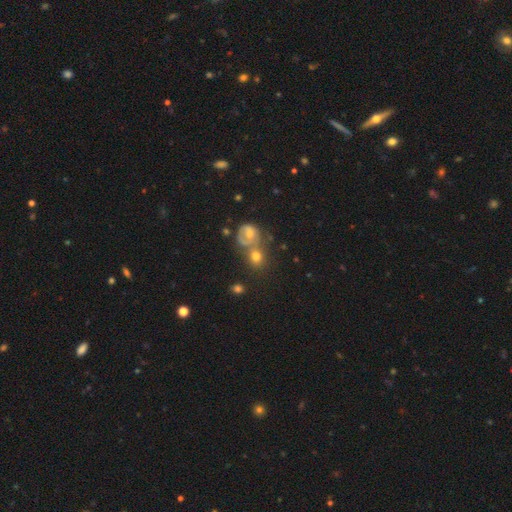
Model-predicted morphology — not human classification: This is possibly a smooth galaxy (51%). How rounded: clearly round (80%). Merging: possibly none (47%).